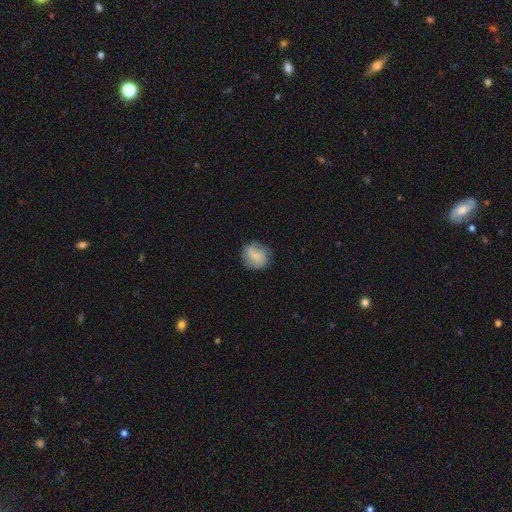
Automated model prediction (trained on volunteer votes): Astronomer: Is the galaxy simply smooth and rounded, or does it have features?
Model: smooth — 73%.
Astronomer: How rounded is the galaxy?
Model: round — 80%.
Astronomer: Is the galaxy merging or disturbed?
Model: none — 73%.